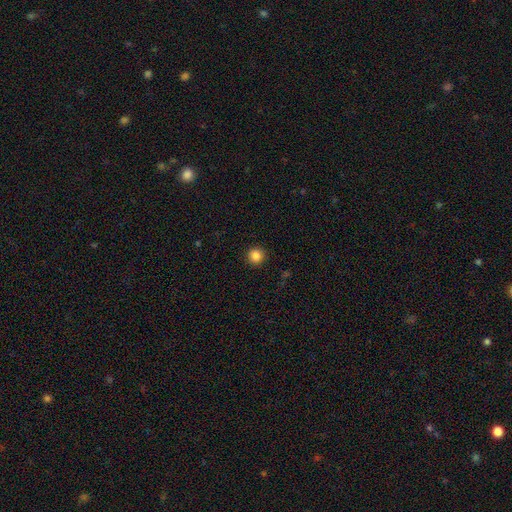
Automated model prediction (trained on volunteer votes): Q: Smooth or featured?
A: smooth (86%); runner-up: star or artifact (11%)
Q: How rounded?
A: round (94%); runner-up: in between (5%)
Q: Merging?
A: none (92%); runner-up: minor disturbance (5%)